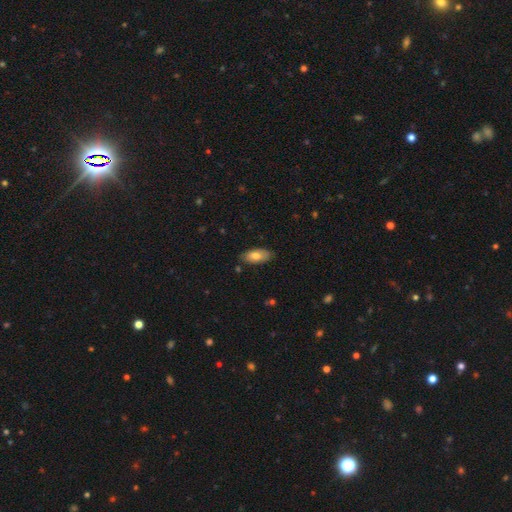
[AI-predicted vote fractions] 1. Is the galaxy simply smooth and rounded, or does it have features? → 75% smooth, 19% featured or disk, 6% star or artifact.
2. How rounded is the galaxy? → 91% in between, 7% cigar-shaped, 2% round.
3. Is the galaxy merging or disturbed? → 82% none, 14% minor disturbance, 2% major disturbance, 1% merger.